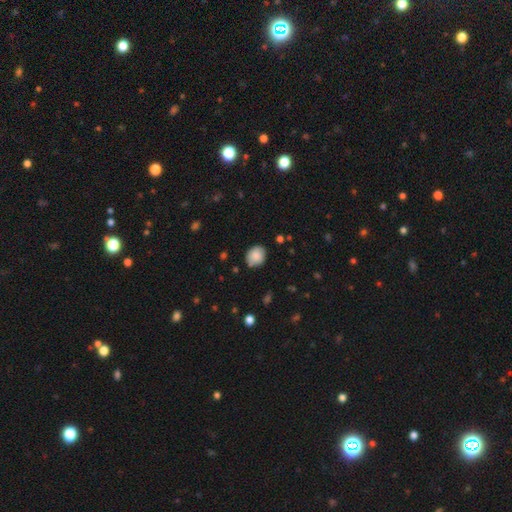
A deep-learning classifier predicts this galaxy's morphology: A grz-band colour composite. It shows a smooth galaxy with no disk features (84%) that is round (57%). Merging: none (76%).